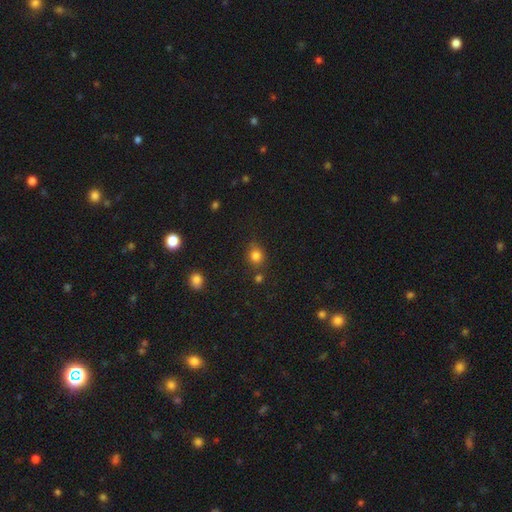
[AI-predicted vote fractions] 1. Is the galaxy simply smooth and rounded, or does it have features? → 81% smooth, 13% star or artifact, 6% featured or disk.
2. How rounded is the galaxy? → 72% round, 27% in between, 1% cigar-shaped.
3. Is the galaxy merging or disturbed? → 73% none, 15% minor disturbance, 8% merger, 4% major disturbance.